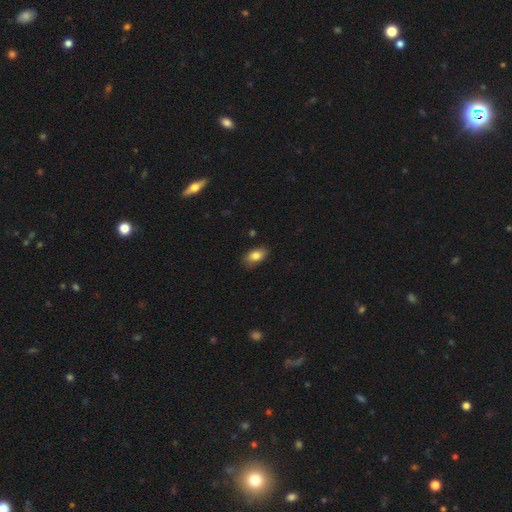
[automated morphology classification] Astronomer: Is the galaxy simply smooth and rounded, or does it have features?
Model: smooth — 82%.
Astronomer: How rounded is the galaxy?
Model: in between — 90%.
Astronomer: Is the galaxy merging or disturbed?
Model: none — 81%.